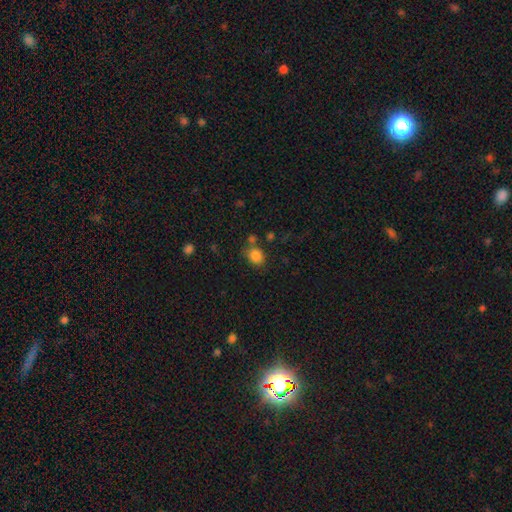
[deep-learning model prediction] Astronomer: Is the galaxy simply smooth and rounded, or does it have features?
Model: smooth — 84%.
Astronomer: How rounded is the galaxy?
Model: round — 56% (runner-up: in between, 43%).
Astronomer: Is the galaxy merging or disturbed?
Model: none — 67%.